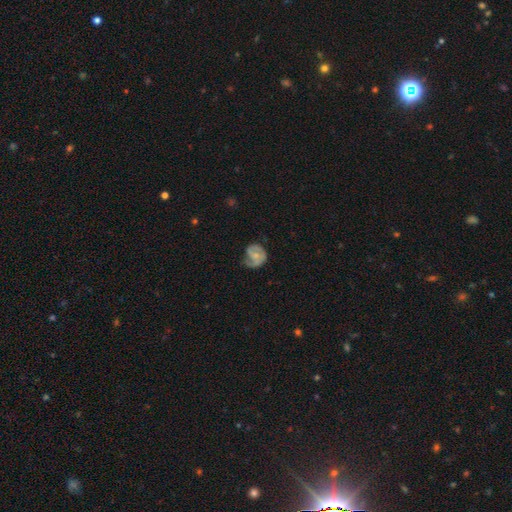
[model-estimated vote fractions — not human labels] smooth_or_featured: featured or disk (p=0.64) [alt: smooth p=0.30]
disk_edge_on: no (p=0.98) [alt: yes p=0.02]
bar: no (p=0.56) [alt: weak p=0.36]
has_spiral_arms: yes (p=0.86) [alt: no p=0.14]
spiral_winding: medium (p=0.41) [alt: tight p=0.40]
spiral_arm_count: 2 (p=0.53) [alt: 1 p=0.26]
bulge_size: small (p=0.55) [alt: moderate p=0.29]
merging: none (p=0.48) [alt: minor disturbance p=0.30]